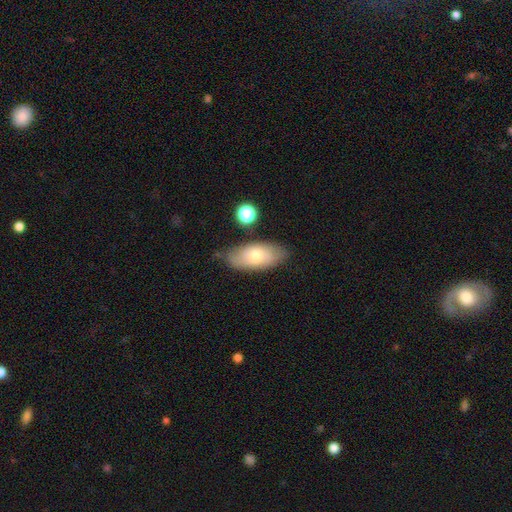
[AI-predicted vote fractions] This is likely a smooth galaxy (63%). How rounded: clearly in between (87%). Merging: likely none (71%).